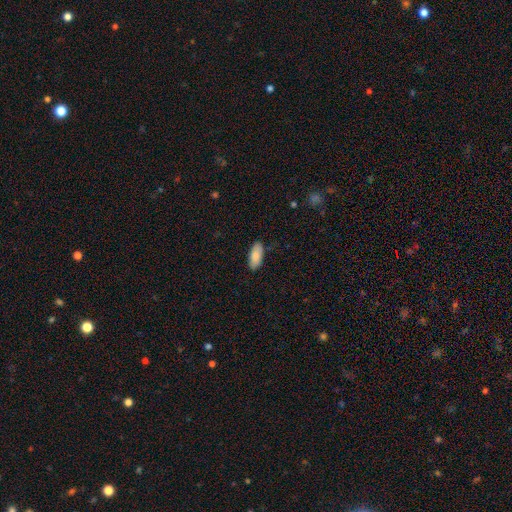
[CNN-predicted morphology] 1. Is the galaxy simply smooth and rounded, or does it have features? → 83% smooth, 11% featured or disk, 6% star or artifact.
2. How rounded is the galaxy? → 88% in between, 10% cigar-shaped, 2% round.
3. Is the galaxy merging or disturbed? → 87% none, 10% minor disturbance, 2% major disturbance, 1% merger.